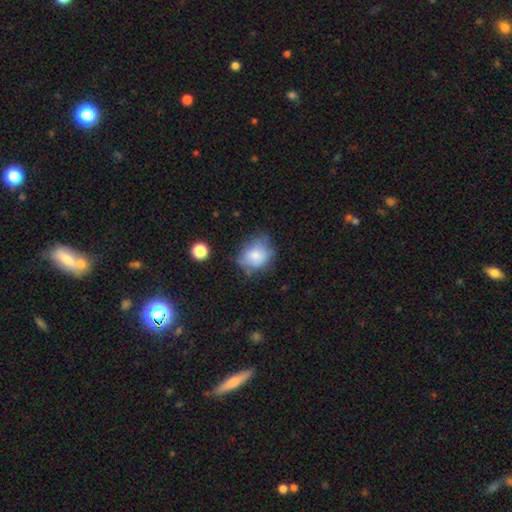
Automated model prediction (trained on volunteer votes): The model was most divided on "how rounded": round: 58%, in between: 41%, cigar-shaped: 1%. More confident: smooth or featured — smooth (73%); merging — none (54%).